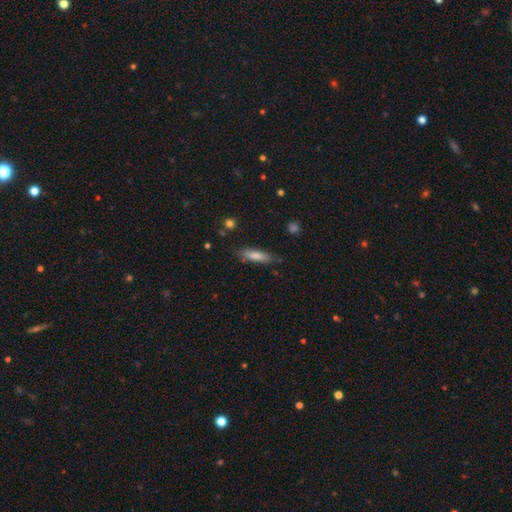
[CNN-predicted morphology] type=smooth (78%); roundness=cigar-shaped (66%); merging=none (80%).